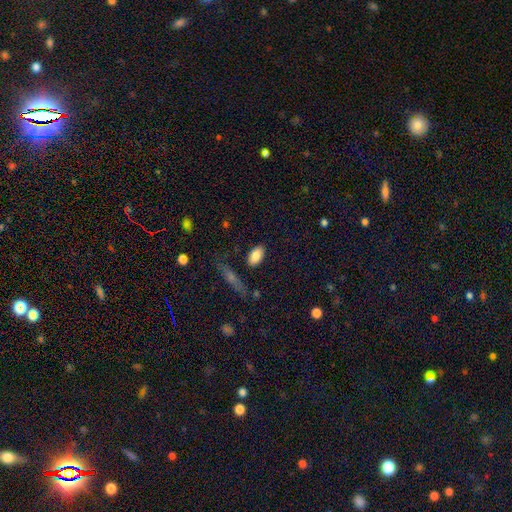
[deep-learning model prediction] smooth 84%, featured or disk 9%, star or artifact 7%. Down the decision tree: how rounded — in between (92%); merging — none (84%).